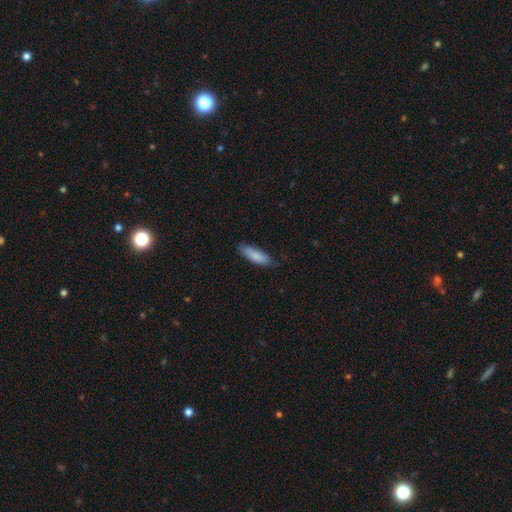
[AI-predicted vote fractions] Smooth or featured? smooth (86%)
How rounded? in between (53%)
Merging? none (79%)